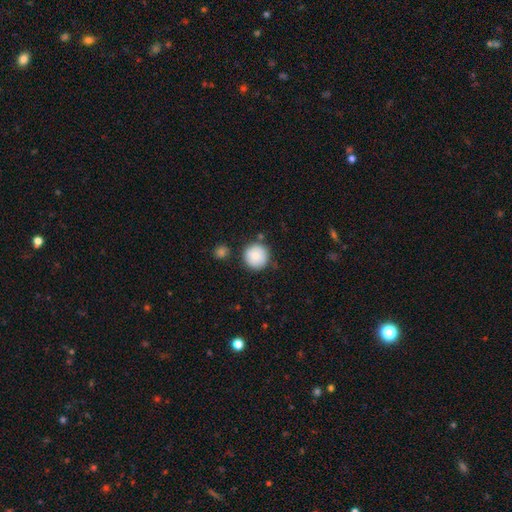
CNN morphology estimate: Smooth or featured?
  - smooth: 85% *
  - featured or disk: 8%
  - star or artifact: 8%
How rounded?
  - round: 94% *
  - in between: 5%
  - cigar-shaped: 1%
Merging?
  - none: 82% *
  - minor disturbance: 11%
  - merger: 4%
  - major disturbance: 3%